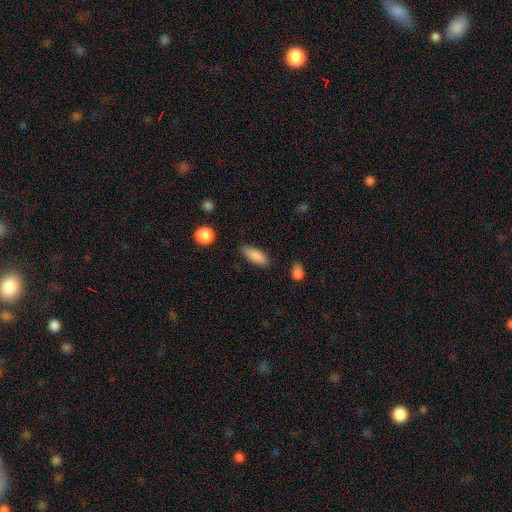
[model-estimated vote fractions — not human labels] Overall: smooth (88%). How rounded: in between (79%). Merging: none (81%).